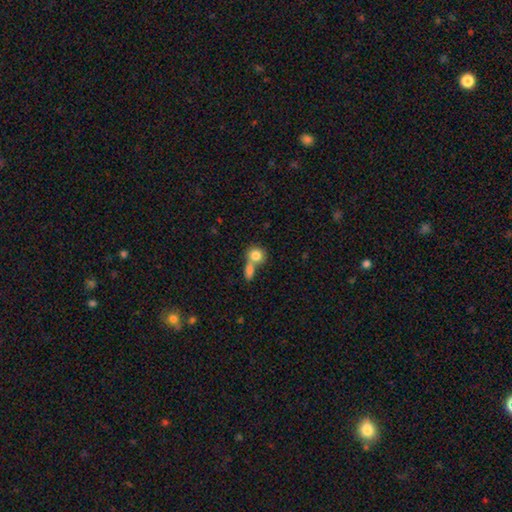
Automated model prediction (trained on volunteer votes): This appears to be a smooth galaxy with no disk features (81%) that is round (76%). Merging: merger (54%).